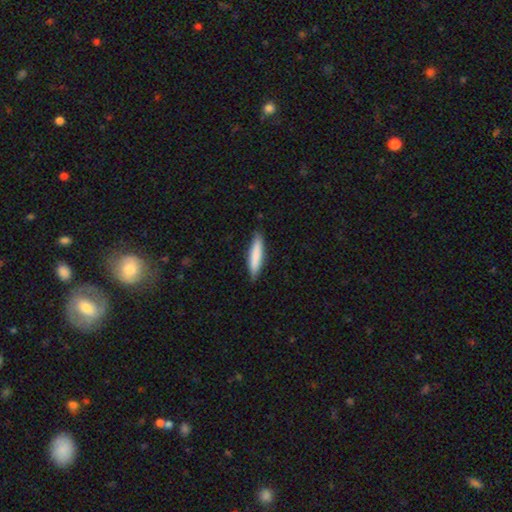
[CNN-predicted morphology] This appears to be a smooth galaxy with no disk features (80%) that is cigar-shaped (84%). Merging: none (85%).